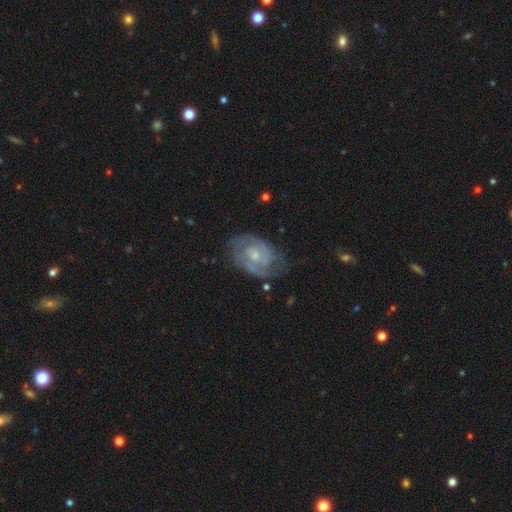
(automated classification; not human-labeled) smooth-or-featured: featured or disk: 84% | smooth: 11% | star or artifact: 5%
  disk-edge-on: no: 97% | yes: 3%
    bar: no: 62% | weak: 33% | strong: 5%
    has-spiral-arms: yes: 94% | no: 6%
      spiral-winding: tight: 57% | medium: 35% | loose: 8%
      spiral-arm-count: 2: 69% | can't tell: 16% | 3: 7% | 1: 3% | 4: 2% | more than 4: 2%
    bulge-size: small: 52% | moderate: 41% | none: 3% | large: 2% | dominant: 1%
  merging: none: 67% | minor disturbance: 22% | major disturbance: 9% | merger: 2%